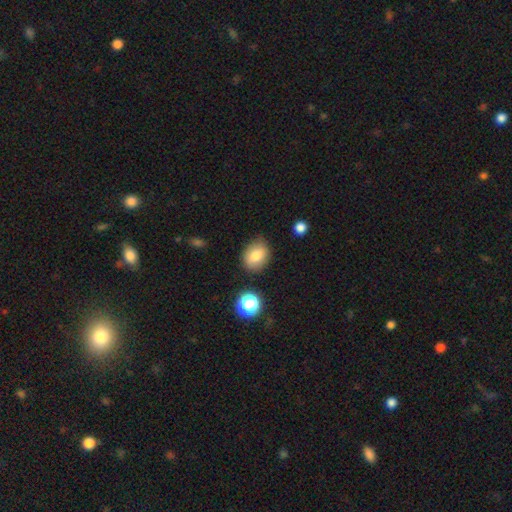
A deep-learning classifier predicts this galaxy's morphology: This is likely a smooth galaxy (79%). How rounded: possibly in between (53%). Merging: likely none (80%).